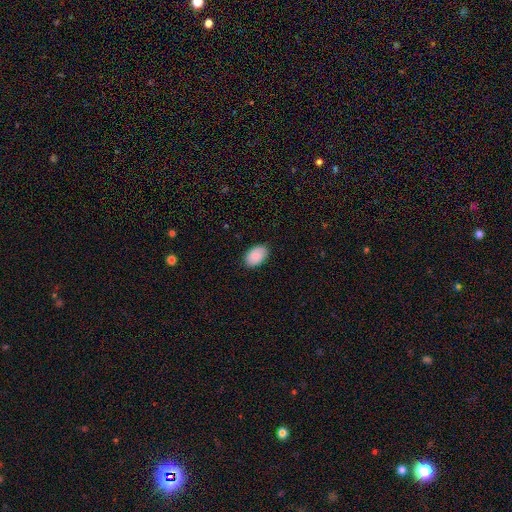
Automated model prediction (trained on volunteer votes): The model was most divided on "merging": none: 85%, minor disturbance: 12%, major disturbance: 2%, merger: 1%. More confident: how rounded — in between (91%); smooth or featured — smooth (86%).